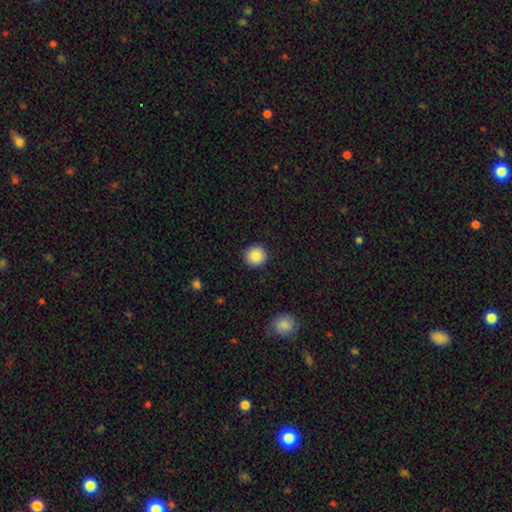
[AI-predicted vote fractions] Smooth or featured? smooth (85%)
How rounded? round (95%)
Merging? none (92%)